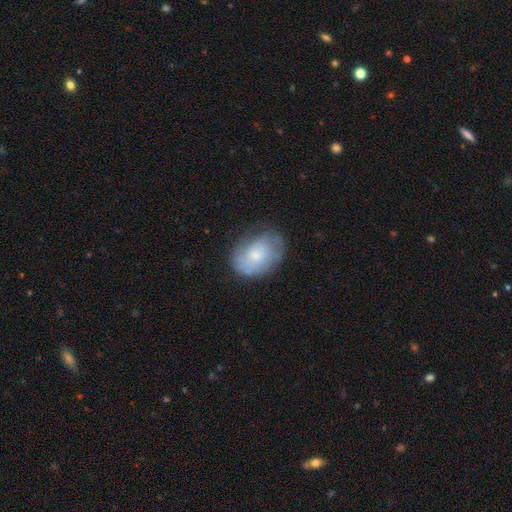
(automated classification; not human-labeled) Overall: smooth (49%; featured or disk 43%). Merging: none (66%).